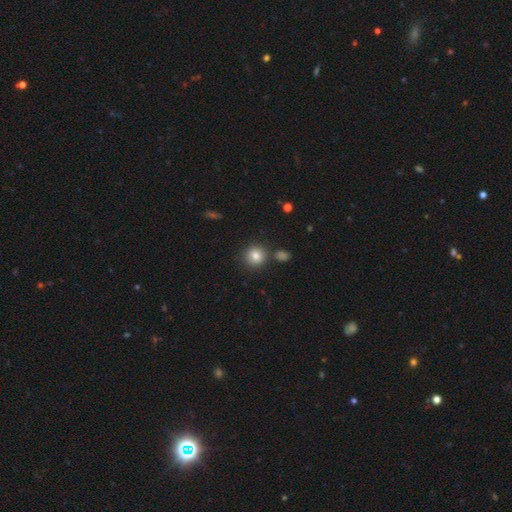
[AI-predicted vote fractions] A smooth galaxy with no disk features (82%) that is round (90%).

Vote fractions:
- Smooth or featured? smooth: 82% / star or artifact: 10% / featured or disk: 7%
- How rounded? round: 90% / in between: 9% / cigar-shaped: 1%
- Merging? none: 80% / minor disturbance: 9% / merger: 8% / major disturbance: 3%